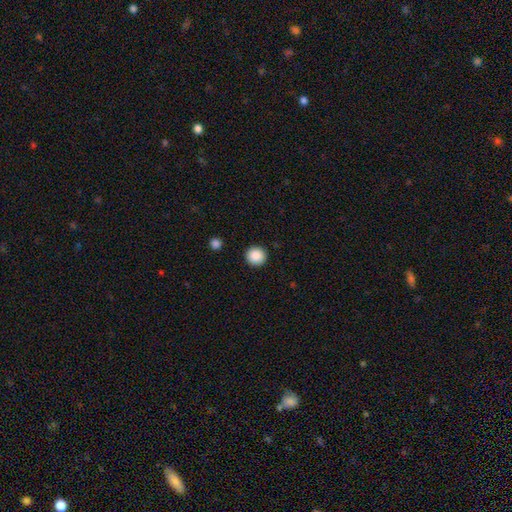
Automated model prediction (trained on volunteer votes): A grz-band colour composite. It shows a smooth galaxy with no disk features (88%) that is round (94%). Merging: none (93%).